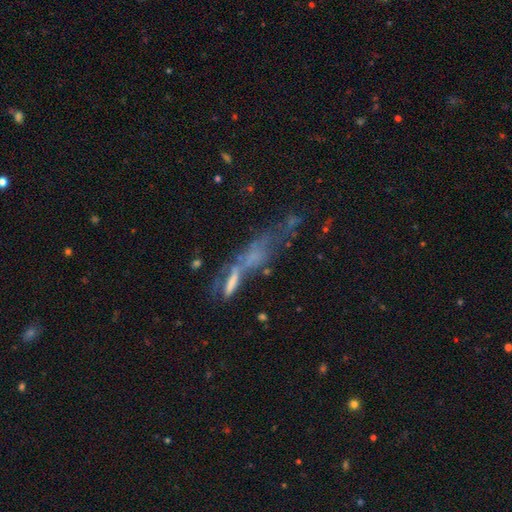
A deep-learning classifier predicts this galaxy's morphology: smooth_or_featured: featured or disk (p=0.48) [alt: smooth p=0.35]
merging: merger (p=0.38) [alt: major disturbance p=0.24]